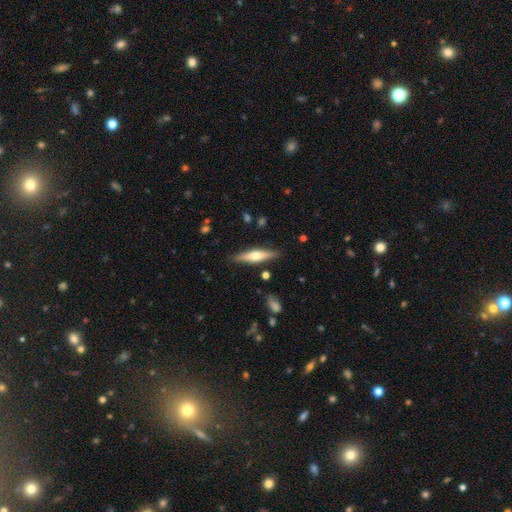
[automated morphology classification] Smooth or featured?
  - featured or disk: 49% *
  - smooth: 45%
  - star or artifact: 6%
Merging?
  - none: 85% *
  - minor disturbance: 10%
  - major disturbance: 2%
  - merger: 2%